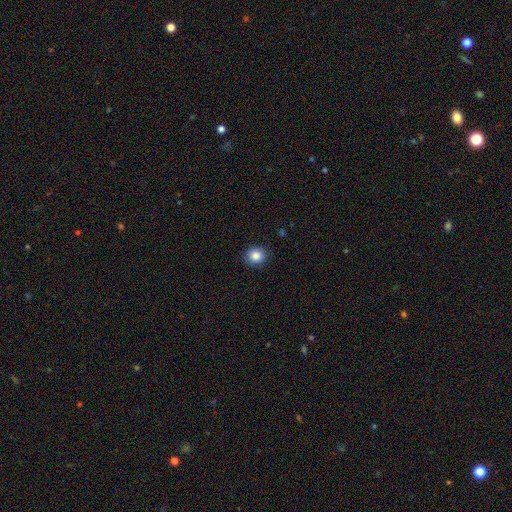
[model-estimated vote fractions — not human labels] smooth_or_featured: smooth (p=0.85) [alt: star or artifact p=0.10]
how_rounded: round (p=0.86) [alt: in between p=0.13]
merging: none (p=0.89) [alt: minor disturbance p=0.08]